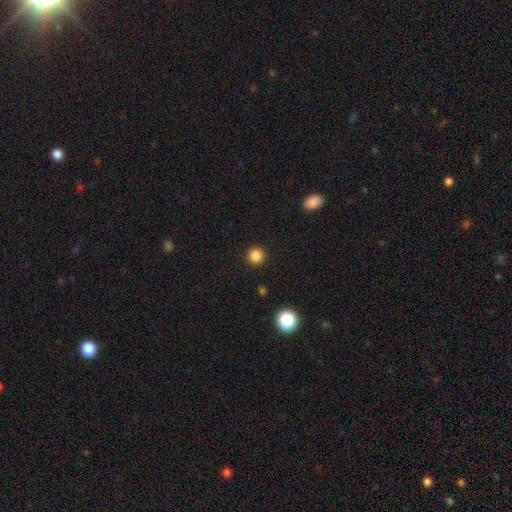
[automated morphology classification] This appears to be a smooth galaxy with no disk features (85%) that is round (95%). Merging: none (92%).